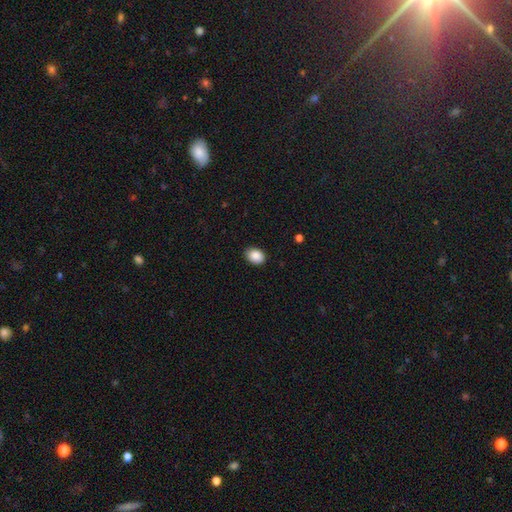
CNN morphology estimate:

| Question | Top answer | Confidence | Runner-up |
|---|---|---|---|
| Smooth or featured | smooth | 89% | star or artifact (8%) |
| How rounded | in between | 72% | round (27%) |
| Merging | none | 88% | minor disturbance (9%) |